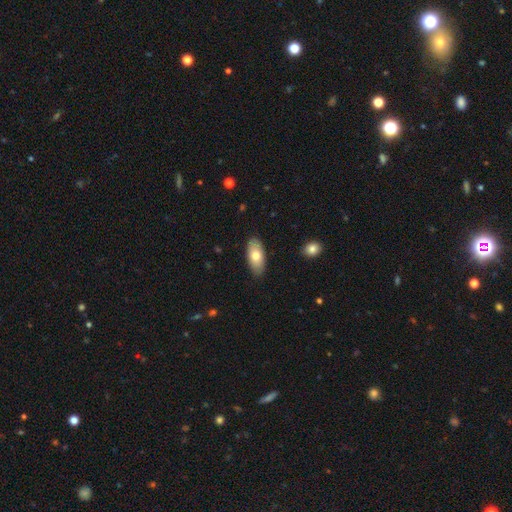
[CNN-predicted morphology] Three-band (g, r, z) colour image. It shows a smooth galaxy with no disk features (71%) that is in between round and cigar-shaped (91%). Merging: none (86%).